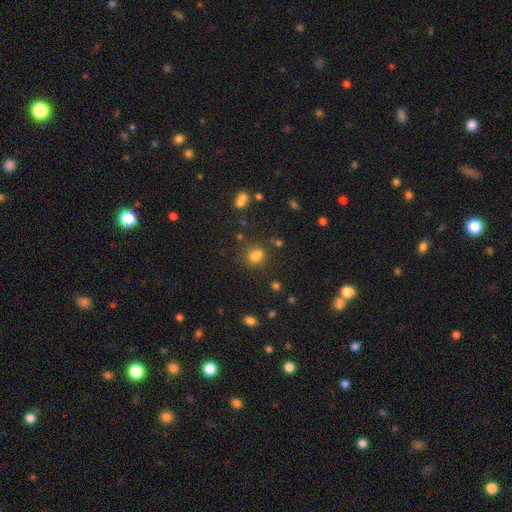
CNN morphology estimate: Overall: smooth (74%). How rounded: round (57%; in between 41%). Merging: none (54%; merger 24%).